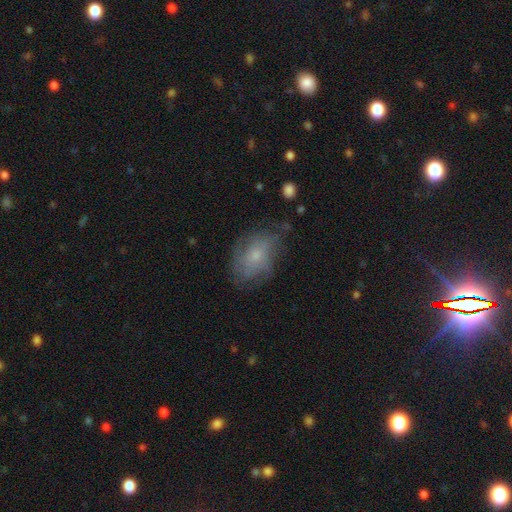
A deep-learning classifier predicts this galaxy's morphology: Smooth or featured? smooth (50%)
How rounded? in between (79%)
Merging? none (57%)